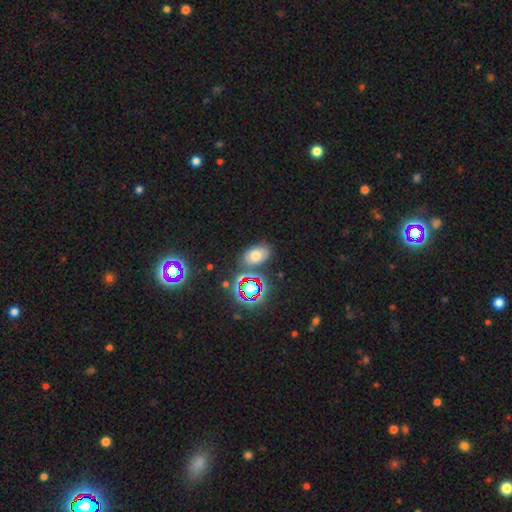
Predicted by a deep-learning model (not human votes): This is possibly a smooth galaxy (58%). How rounded: clearly in between (86%). Merging: likely none (72%).